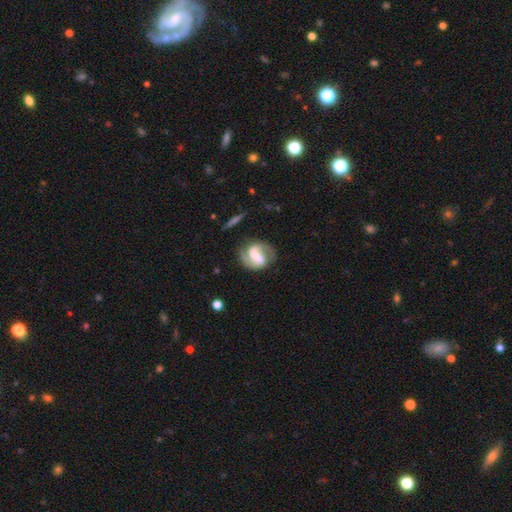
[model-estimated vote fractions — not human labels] This appears to be a featured or disk galaxy (85%) with a strong bar (41%, tied with weak), 2 (89%) medium (52%) spiral arms (95%) and a moderate central bulge (47%). Merging: none (75%).